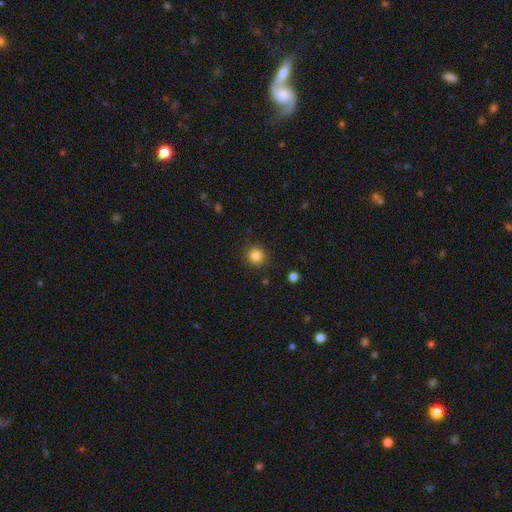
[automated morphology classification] Overall: smooth (84%). How rounded: round (91%). Merging: none (89%).